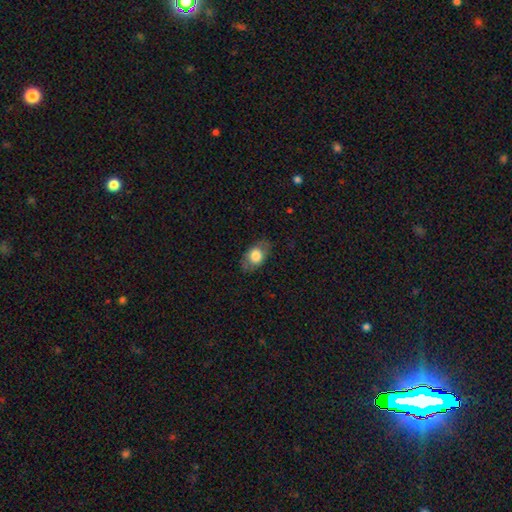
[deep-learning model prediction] This appears to be a smooth galaxy with no disk features (71%) that is in between round and cigar-shaped (82%). Merging: none (78%).